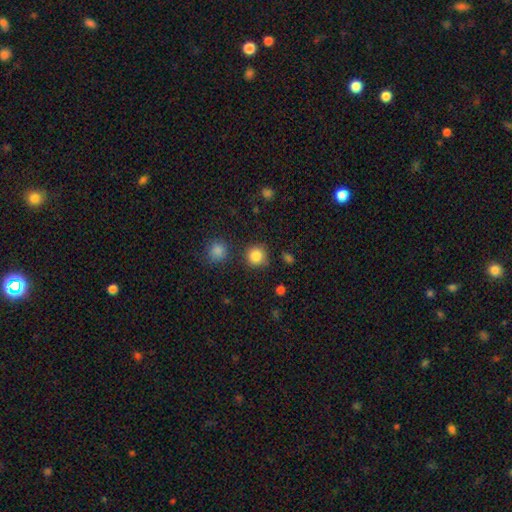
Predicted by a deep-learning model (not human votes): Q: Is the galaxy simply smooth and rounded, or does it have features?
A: smooth — 85%.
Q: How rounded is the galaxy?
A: round — 92%.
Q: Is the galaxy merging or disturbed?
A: none — 82%.